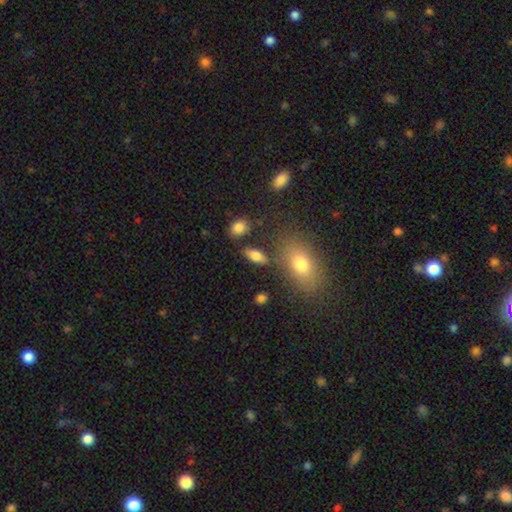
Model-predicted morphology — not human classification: type=smooth (74%); roundness=in between (82%); merging=none (76%).